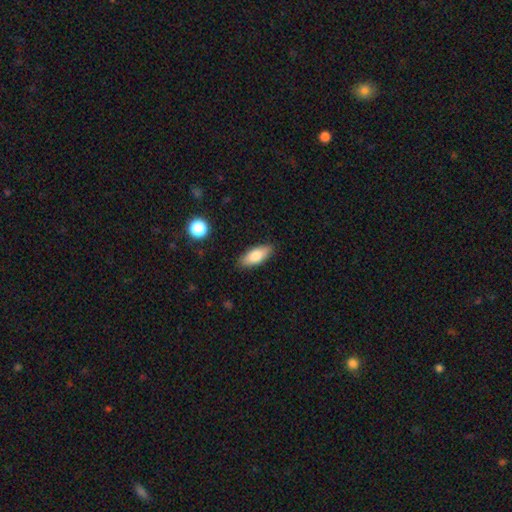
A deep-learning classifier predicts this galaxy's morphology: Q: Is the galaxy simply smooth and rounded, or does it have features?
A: smooth — 78%.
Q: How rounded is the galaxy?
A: in between — 80%.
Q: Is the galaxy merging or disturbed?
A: none — 87%.